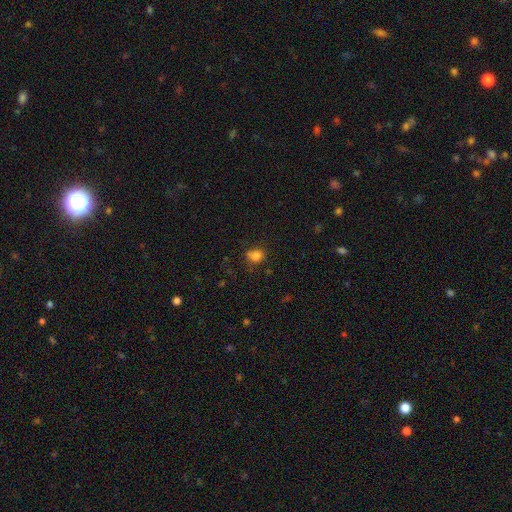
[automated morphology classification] Overall: smooth (80%). How rounded: round (60%; in between 39%). Merging: none (59%; minor disturbance 24%).